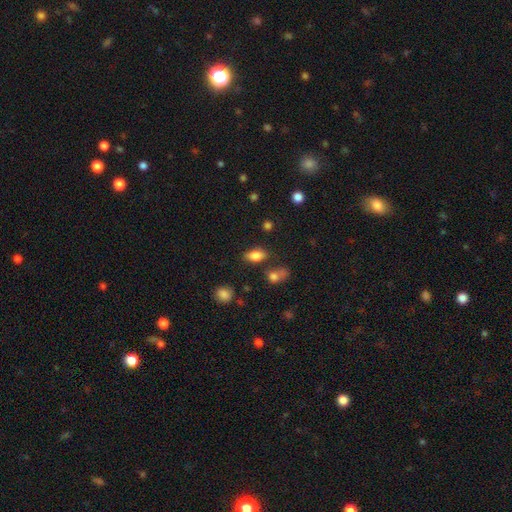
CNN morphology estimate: smooth-or-featured: smooth: 78% | featured or disk: 13% | star or artifact: 10%
  how-rounded: in between: 85% | round: 10% | cigar-shaped: 5%
  merging: none: 73% | minor disturbance: 15% | merger: 8% | major disturbance: 4%